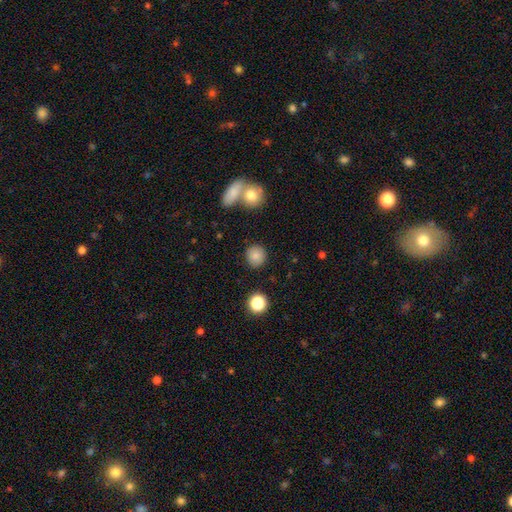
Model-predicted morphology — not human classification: The model was most divided on "smooth or featured": smooth: 84%, star or artifact: 10%, featured or disk: 6%. More confident: how rounded — round (91%); merging — none (87%).